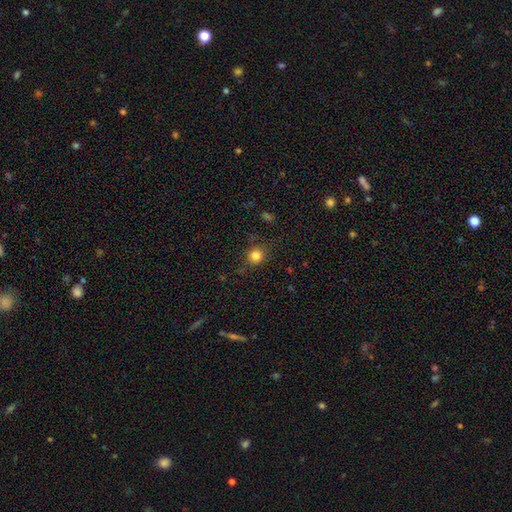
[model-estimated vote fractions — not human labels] smooth_or_featured: smooth (p=0.82) [alt: star or artifact p=0.12]
how_rounded: round (p=0.86) [alt: in between p=0.13]
merging: none (p=0.82) [alt: minor disturbance p=0.12]